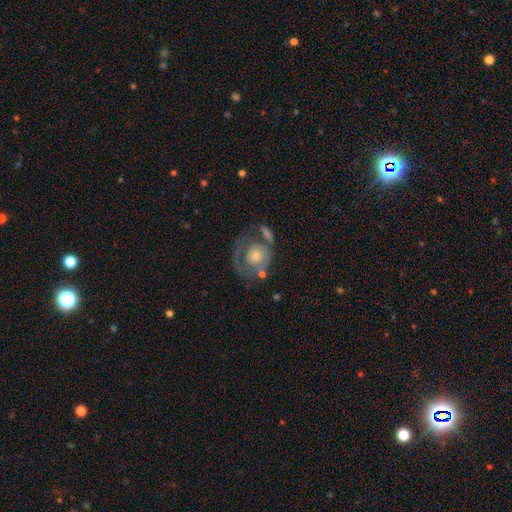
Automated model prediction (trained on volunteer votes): smooth-or-featured: featured or disk: 61% | smooth: 31% | star or artifact: 8%
  disk-edge-on: no: 96% | yes: 4%
    bar: no: 86% | weak: 12% | strong: 3%
    has-spiral-arms: no: 50% (tied) | yes: 50% (tied)
    bulge-size: moderate: 52% | small: 27% | large: 15% | none: 4% | dominant: 2%
  merging: none: 43% | major disturbance: 22% | minor disturbance: 19% | merger: 15%